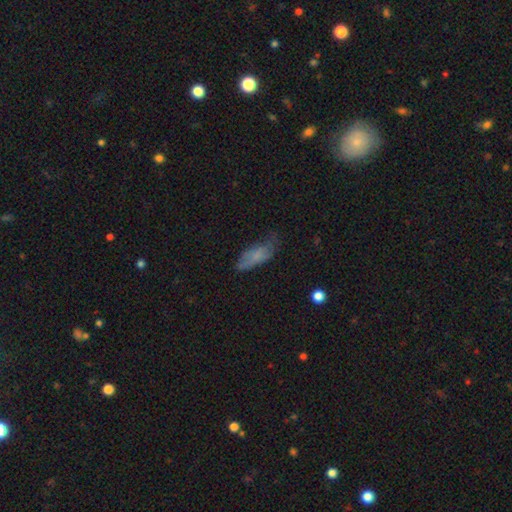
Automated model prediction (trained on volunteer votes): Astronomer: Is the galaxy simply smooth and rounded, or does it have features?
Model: smooth — 66%.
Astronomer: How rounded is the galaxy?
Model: in between — 72%.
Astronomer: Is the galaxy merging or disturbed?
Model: none — 44% (runner-up: minor disturbance, 35%).